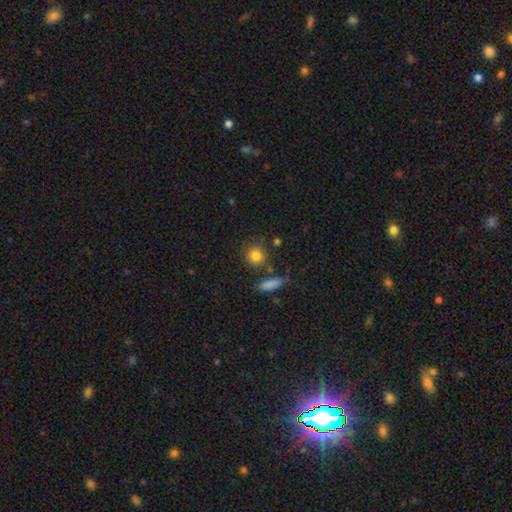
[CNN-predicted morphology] smooth-or-featured: smooth: 84% | star or artifact: 10% | featured or disk: 7%
  how-rounded: round: 83% | in between: 15% | cigar-shaped: 2%
  merging: none: 76% | minor disturbance: 12% | merger: 8% | major disturbance: 4%